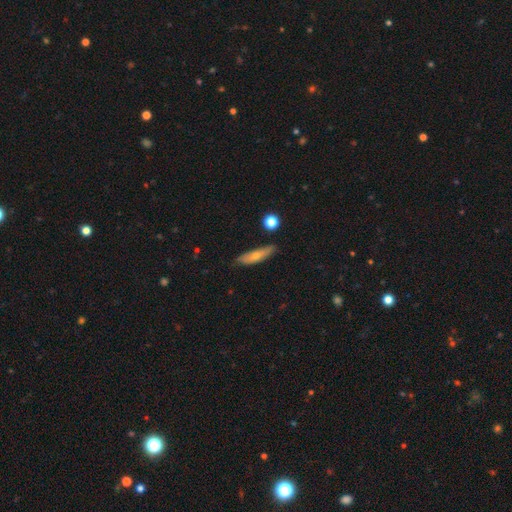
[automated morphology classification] smooth-or-featured: smooth: 61% | featured or disk: 32% | star or artifact: 7%
  how-rounded: cigar-shaped: 67% | in between: 30% | round: 3%
  merging: none: 73% | minor disturbance: 21% | major disturbance: 4% | merger: 3%